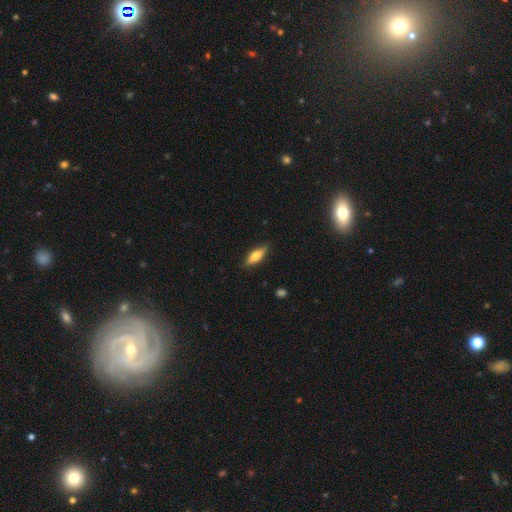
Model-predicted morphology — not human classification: smooth 62%, featured or disk 32%, star or artifact 7%. Down the decision tree: how rounded — in between (53%); merging — none (86%).